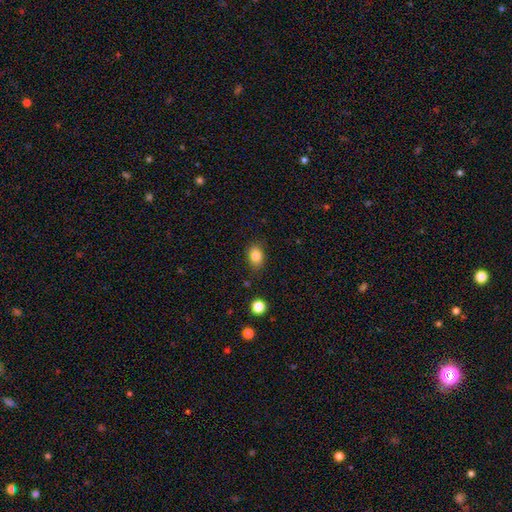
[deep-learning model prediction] Smooth or featured?
  - smooth: 84% *
  - star or artifact: 9%
  - featured or disk: 6%
How rounded?
  - in between: 76% *
  - round: 23%
  - cigar-shaped: 1%
Merging?
  - none: 81% *
  - minor disturbance: 14%
  - major disturbance: 3%
  - merger: 2%